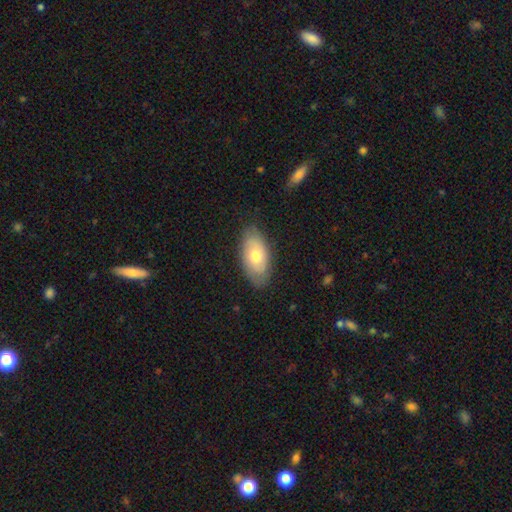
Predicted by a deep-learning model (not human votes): Morphology: type=smooth (58%); roundness=in between (93%); merging=none (80%).